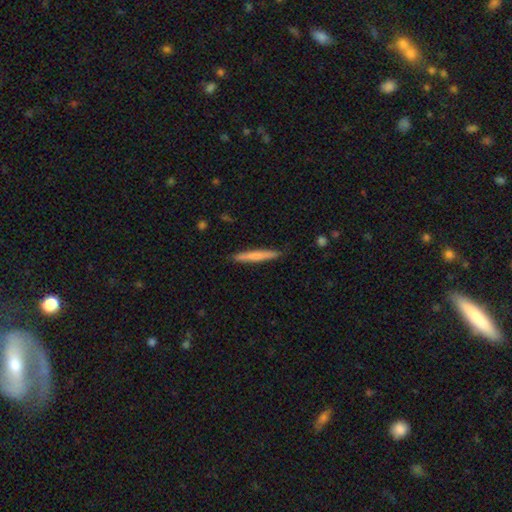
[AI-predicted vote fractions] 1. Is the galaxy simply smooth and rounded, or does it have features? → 67% smooth, 27% featured or disk, 5% star or artifact.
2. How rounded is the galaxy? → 96% cigar-shaped, 3% in between, 1% round.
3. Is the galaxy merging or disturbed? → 90% none, 8% minor disturbance, 1% major disturbance, 1% merger.